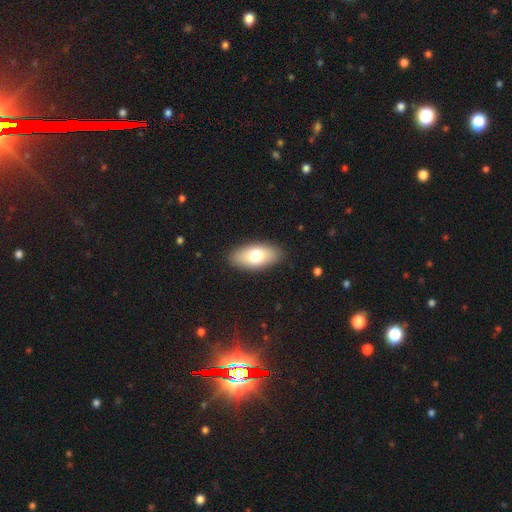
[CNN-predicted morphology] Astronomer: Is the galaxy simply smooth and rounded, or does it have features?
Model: smooth — 73%.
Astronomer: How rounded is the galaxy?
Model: in between — 90%.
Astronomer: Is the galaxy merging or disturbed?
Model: none — 88%.